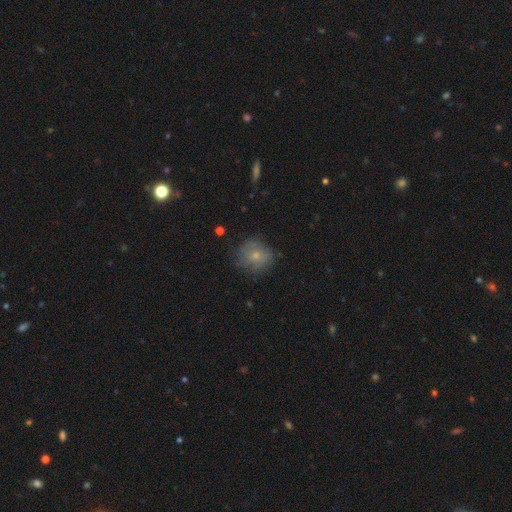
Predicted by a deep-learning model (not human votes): Smooth or featured? Predicted: smooth (p=0.63). How rounded? Predicted: round (p=0.81). Merging? Predicted: none (p=0.70).